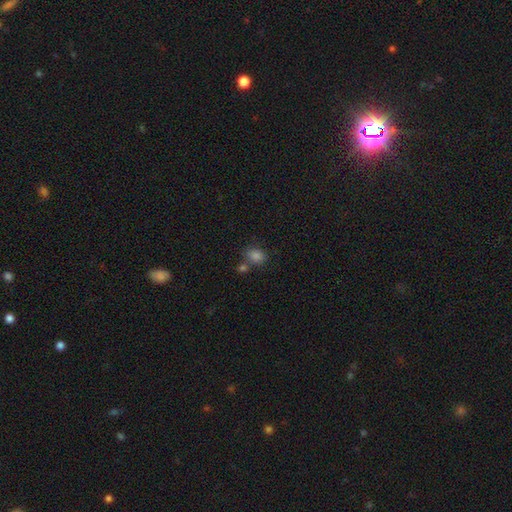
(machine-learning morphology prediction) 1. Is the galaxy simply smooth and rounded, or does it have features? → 83% smooth, 12% star or artifact, 5% featured or disk.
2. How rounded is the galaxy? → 63% in between, 36% round, 1% cigar-shaped.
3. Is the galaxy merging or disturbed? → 60% none, 22% merger, 14% minor disturbance, 5% major disturbance.